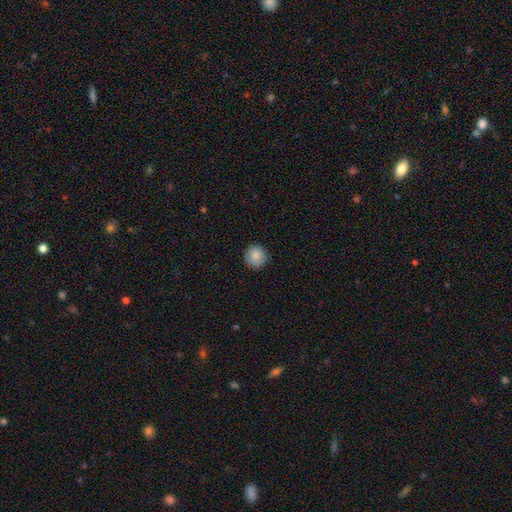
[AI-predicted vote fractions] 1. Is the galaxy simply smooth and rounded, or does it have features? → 87% smooth, 8% star or artifact, 5% featured or disk.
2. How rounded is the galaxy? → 94% round, 5% in between, 1% cigar-shaped.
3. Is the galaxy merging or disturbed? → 87% none, 10% minor disturbance, 2% major disturbance, 1% merger.